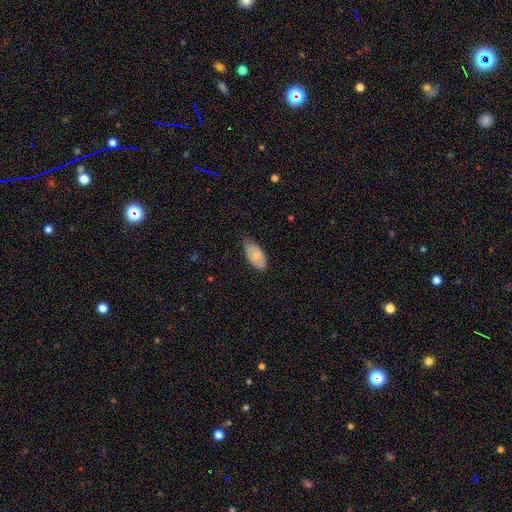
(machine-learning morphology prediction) smooth_or_featured: smooth (p=0.75) [alt: featured or disk p=0.19]
how_rounded: in between (p=0.95) [alt: round p=0.03]
merging: none (p=0.72) [alt: minor disturbance p=0.24]